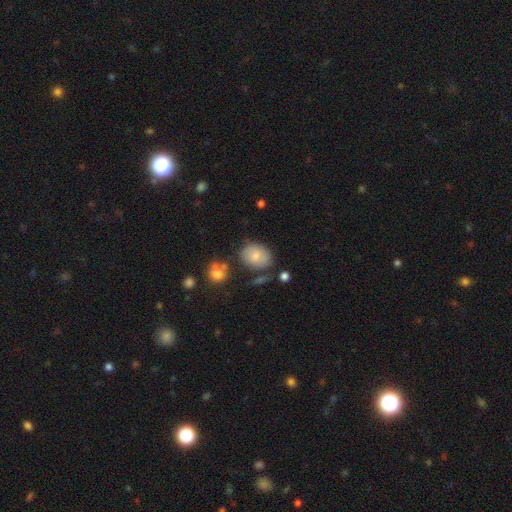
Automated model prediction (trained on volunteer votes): The model was most divided on "how rounded": in between: 59%, round: 40%, cigar-shaped: 1%. More confident: smooth or featured — smooth (78%); merging — none (67%).